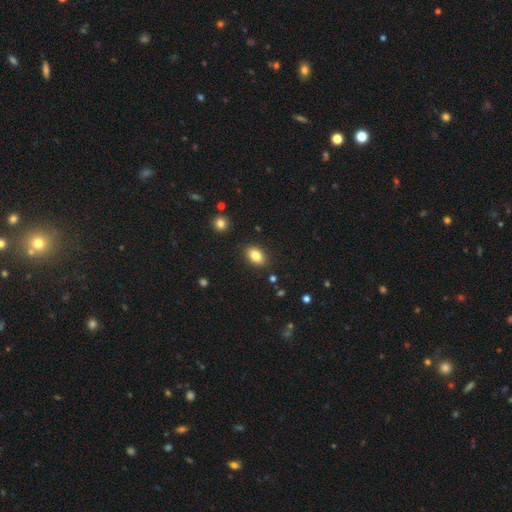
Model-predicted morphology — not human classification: Smooth or featured? smooth (84%)
How rounded? in between (84%)
Merging? none (88%)